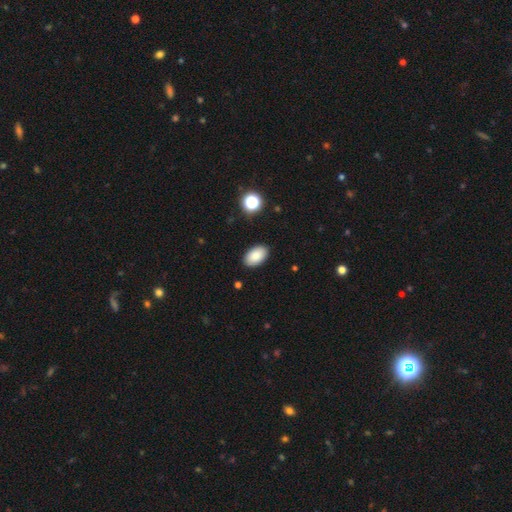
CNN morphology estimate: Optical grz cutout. It shows a smooth galaxy with no disk features (88%) that is in between round and cigar-shaped (94%). Merging: none (89%).